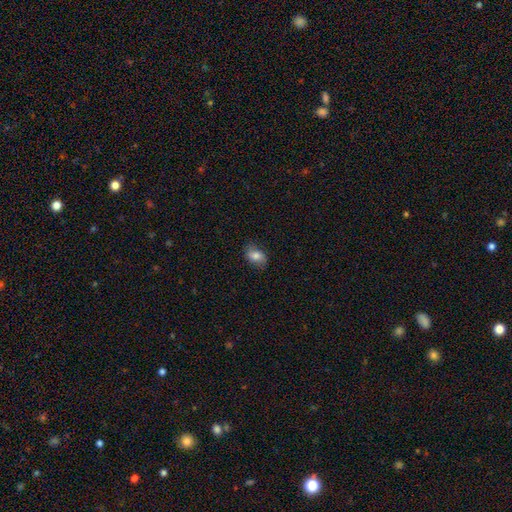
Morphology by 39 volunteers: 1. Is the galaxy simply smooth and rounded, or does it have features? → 85% smooth, 13% featured or disk, 3% star or artifact.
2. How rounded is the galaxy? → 76% in between, 24% round, 0% cigar-shaped.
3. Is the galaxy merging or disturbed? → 66% none, 26% minor disturbance, 8% major disturbance, 0% merger.